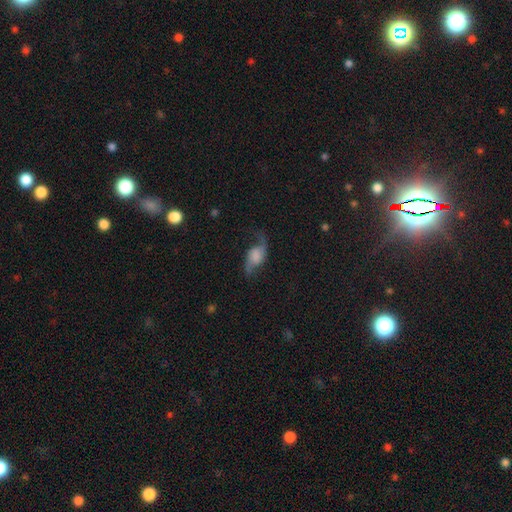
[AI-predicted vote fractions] smooth-or-featured: featured or disk: 77% | smooth: 15% | star or artifact: 7%
  disk-edge-on: no: 95% | yes: 5%
    bar: no: 57% | weak: 32% | strong: 10%
    has-spiral-arms: yes: 95% | no: 5%
      spiral-winding: loose: 82% | medium: 15% | tight: 3%
      spiral-arm-count: 2: 92% | 1: 3% | can't tell: 2% | 3: 1% | 4: 1% | more than 4: 1%
    bulge-size: none: 35% | large: 23% | small: 16% | moderate: 15% | dominant: 10%
  merging: none: 69% | minor disturbance: 17% | major disturbance: 12% | merger: 2%